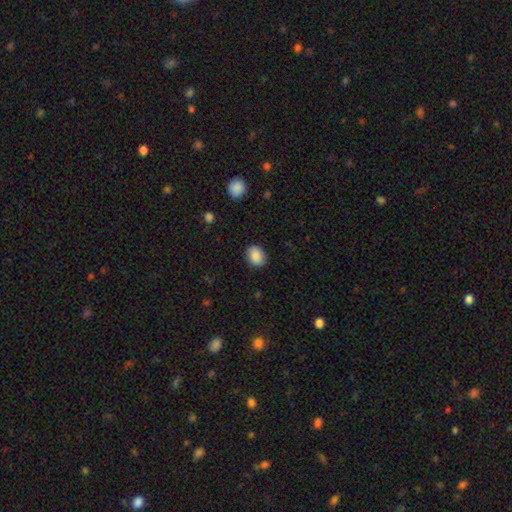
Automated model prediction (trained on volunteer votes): smooth_or_featured: smooth (p=0.88) [alt: star or artifact p=0.08]
how_rounded: in between (p=0.54) [alt: round p=0.45]
merging: none (p=0.88) [alt: minor disturbance p=0.09]